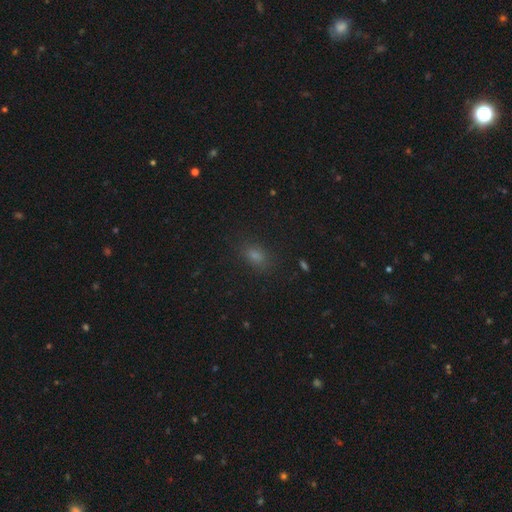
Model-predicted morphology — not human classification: Smooth or featured? Predicted: smooth (p=0.74). How rounded? Predicted: in between (p=0.75). Merging? Predicted: none (p=0.81).